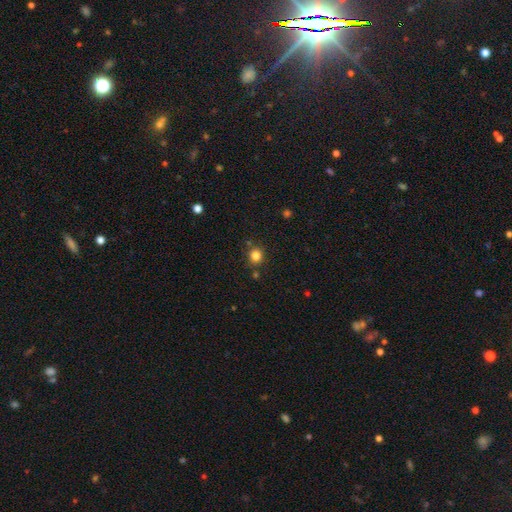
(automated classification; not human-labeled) This appears to be a smooth galaxy with no disk features (82%) that is round (89%). Merging: none (81%).